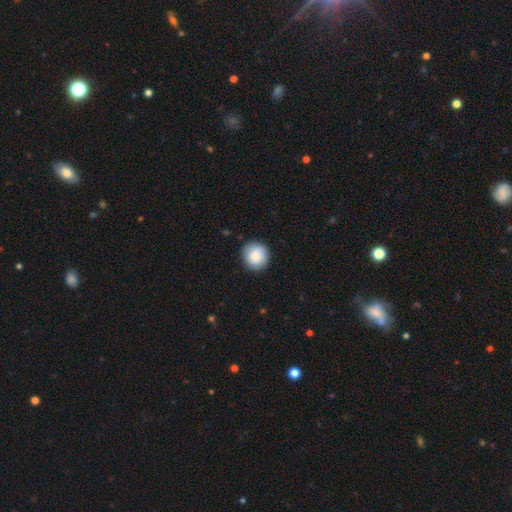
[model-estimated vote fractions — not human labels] Smooth or featured? Predicted: smooth (p=0.84). How rounded? Predicted: round (p=0.91). Merging? Predicted: none (p=0.87).